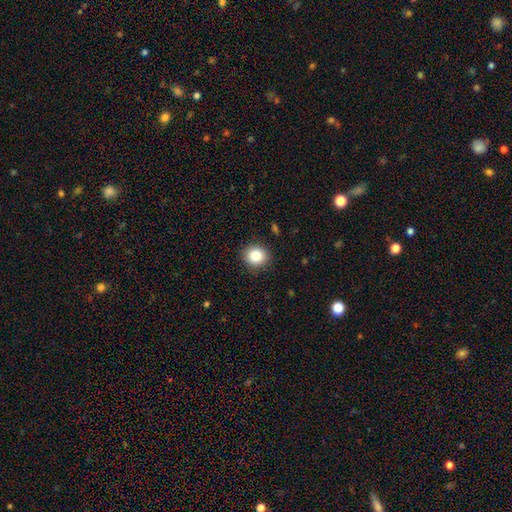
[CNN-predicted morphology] smooth_or_featured: smooth (p=0.82) [alt: star or artifact p=0.10]
how_rounded: round (p=0.82) [alt: in between p=0.18]
merging: none (p=0.90) [alt: minor disturbance p=0.07]